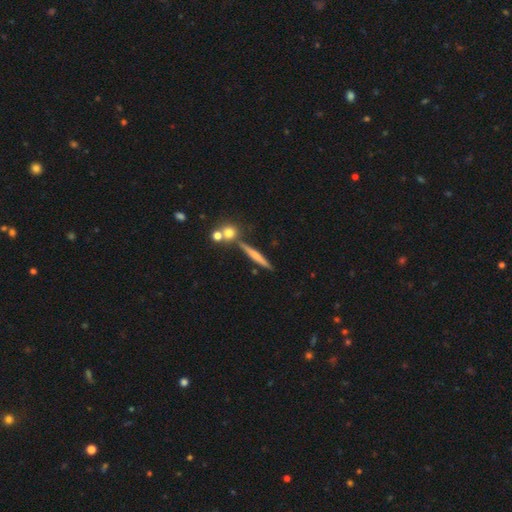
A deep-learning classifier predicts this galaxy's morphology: smooth_or_featured: smooth (p=0.55) [alt: featured or disk p=0.37]
how_rounded: cigar-shaped (p=0.89) [alt: in between p=0.06]
merging: none (p=0.78) [alt: minor disturbance p=0.10]